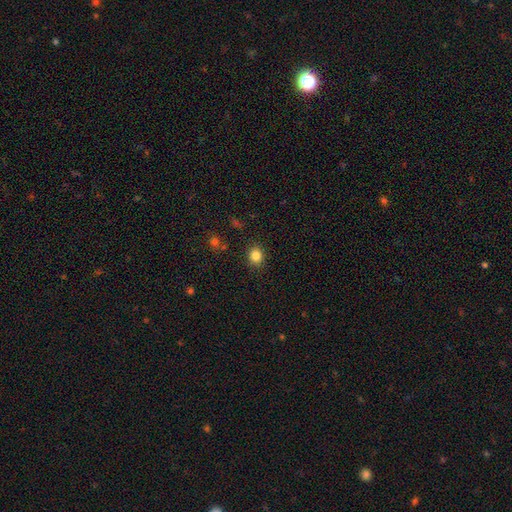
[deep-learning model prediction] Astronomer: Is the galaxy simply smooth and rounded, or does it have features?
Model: smooth — 84%.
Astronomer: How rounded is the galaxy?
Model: round — 71%.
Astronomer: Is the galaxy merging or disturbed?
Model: none — 88%.